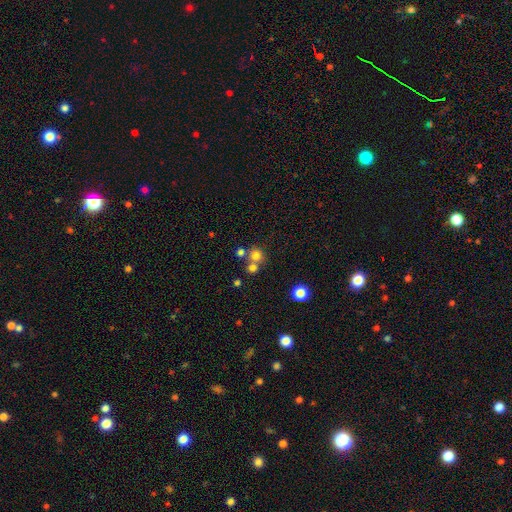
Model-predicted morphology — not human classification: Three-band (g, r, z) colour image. It shows a smooth galaxy with no disk features (74%) that is round (89%). Merging: none (54%).